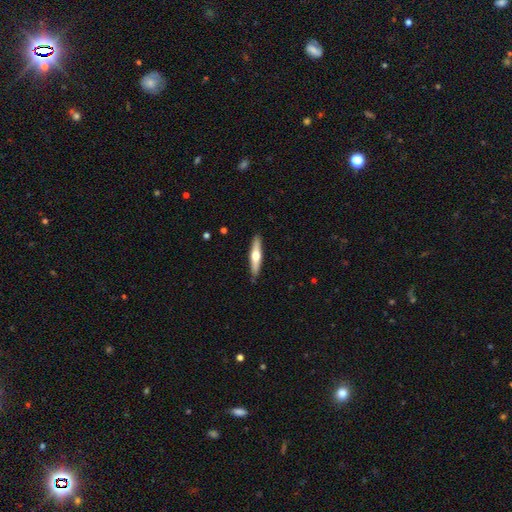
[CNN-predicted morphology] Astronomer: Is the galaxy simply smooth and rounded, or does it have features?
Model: featured or disk — 54% (runner-up: smooth, 41%).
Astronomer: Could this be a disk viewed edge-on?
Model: yes — 94%.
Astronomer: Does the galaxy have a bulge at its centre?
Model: rounded — 93%.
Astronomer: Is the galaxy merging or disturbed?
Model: none — 89%.